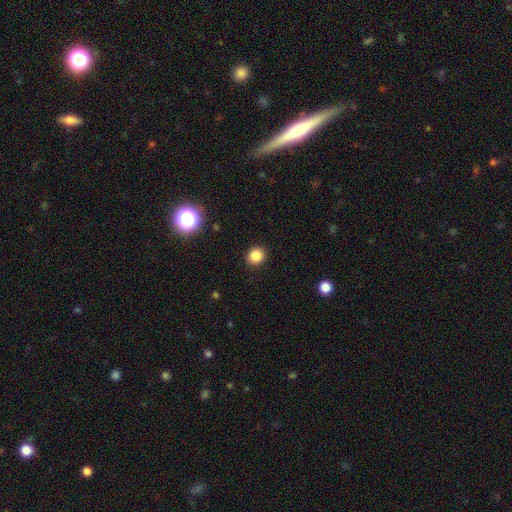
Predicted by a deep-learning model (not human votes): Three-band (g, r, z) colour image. It shows a smooth galaxy with no disk features (84%) that is round (84%). Merging: none (91%).